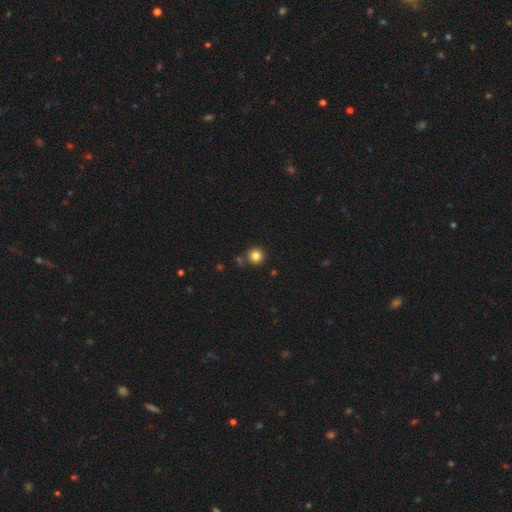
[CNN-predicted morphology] smooth_or_featured: smooth (p=0.83) [alt: star or artifact p=0.11]
how_rounded: round (p=0.95) [alt: in between p=0.05]
merging: none (p=0.82) [alt: minor disturbance p=0.08]